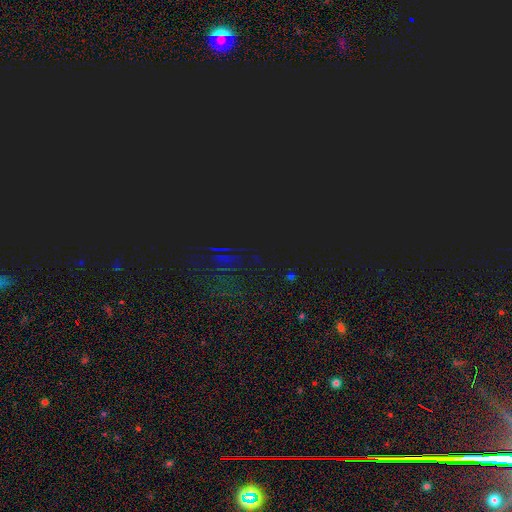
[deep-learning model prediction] Smooth or featured?
  - star or artifact: 84% *
  - smooth: 10%
  - featured or disk: 6%